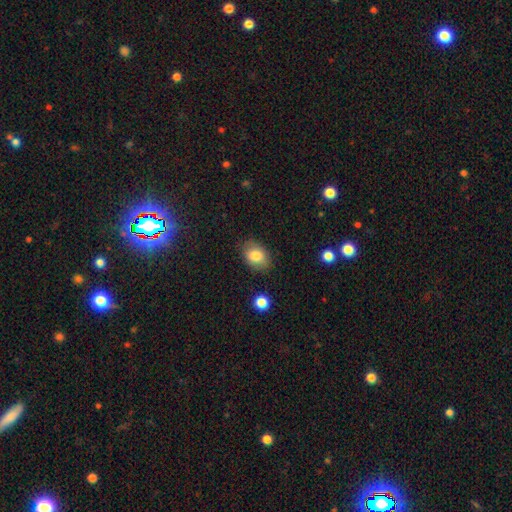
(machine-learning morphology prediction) type=smooth (82%); roundness=in between (72%); merging=none (82%).